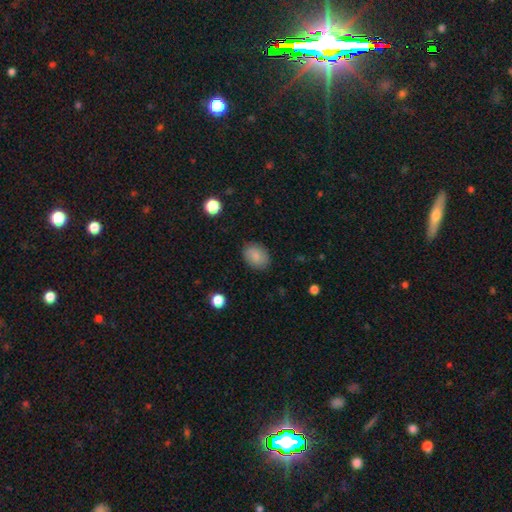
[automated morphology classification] Overall: smooth (84%). How rounded: in between (66%; round 33%). Merging: none (85%).